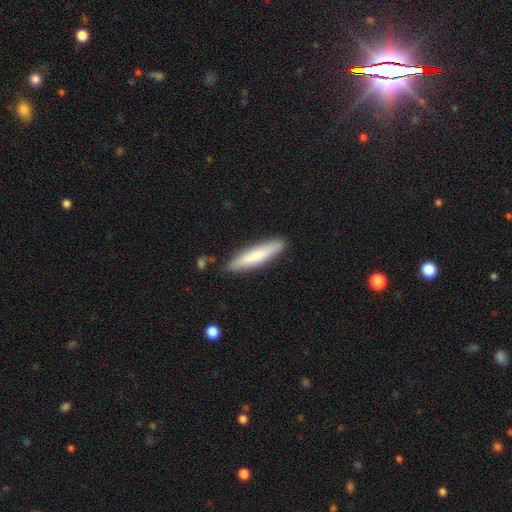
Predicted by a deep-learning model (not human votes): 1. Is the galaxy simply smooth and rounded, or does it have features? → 77% smooth, 17% featured or disk, 5% star or artifact.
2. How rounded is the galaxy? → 85% cigar-shaped, 14% in between, 1% round.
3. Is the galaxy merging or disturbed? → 86% none, 10% minor disturbance, 2% merger, 2% major disturbance.